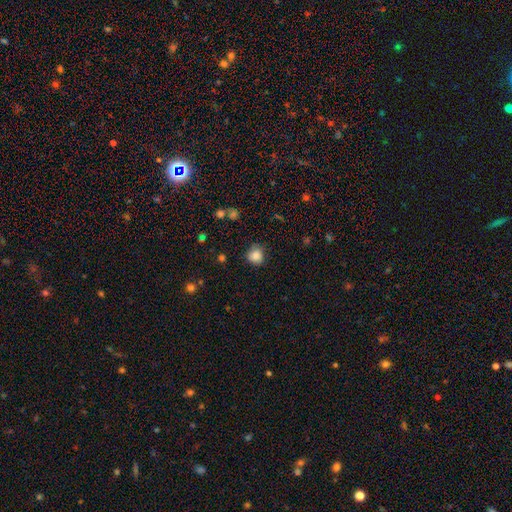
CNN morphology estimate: type=smooth (84%); roundness=round (80%); merging=none (69%).